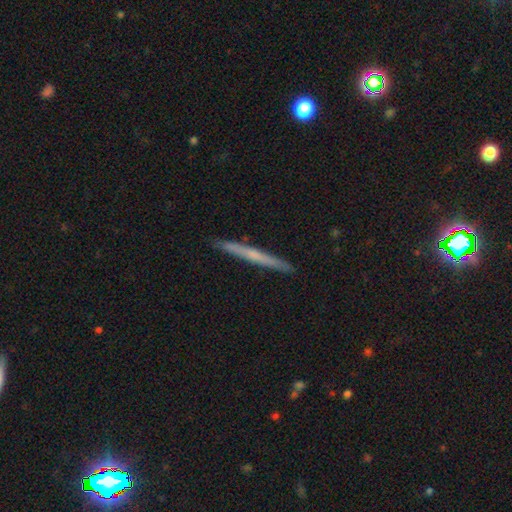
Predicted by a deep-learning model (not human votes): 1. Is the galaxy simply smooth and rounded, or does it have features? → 47% smooth (tied), 47% featured or disk (tied), 6% star or artifact.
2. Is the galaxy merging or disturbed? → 91% none, 6% minor disturbance, 1% major disturbance, 1% merger.